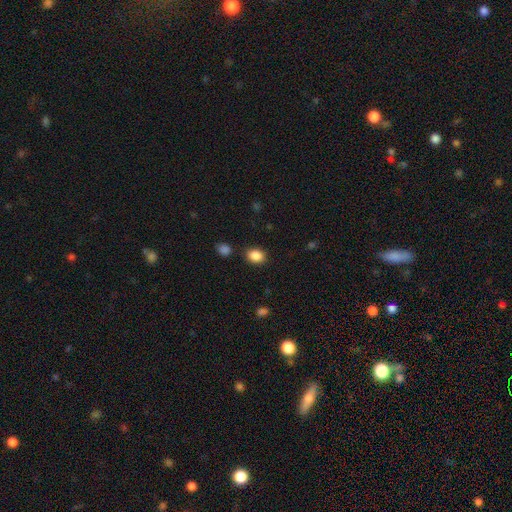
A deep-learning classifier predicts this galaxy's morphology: A smooth galaxy with no disk features (87%) that is in between round and cigar-shaped (68%).

Vote fractions:
- Smooth or featured? smooth: 87% / star or artifact: 9% / featured or disk: 4%
- How rounded? in between: 68% / round: 31% / cigar-shaped: 1%
- Merging? none: 83% / minor disturbance: 10% / merger: 4% / major disturbance: 3%